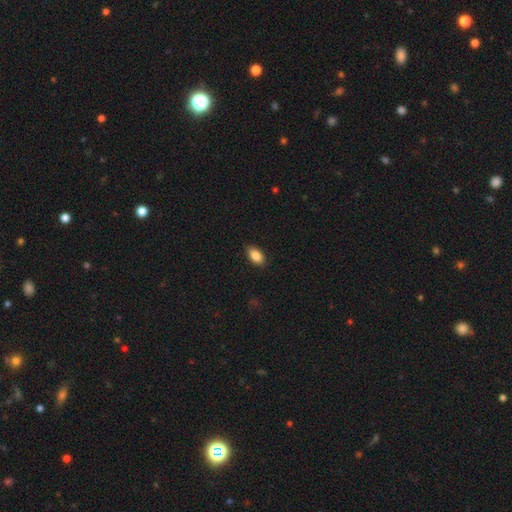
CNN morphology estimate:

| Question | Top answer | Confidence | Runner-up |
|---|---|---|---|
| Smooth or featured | smooth | 88% | star or artifact (7%) |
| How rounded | in between | 91% | round (5%) |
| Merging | none | 87% | minor disturbance (10%) |